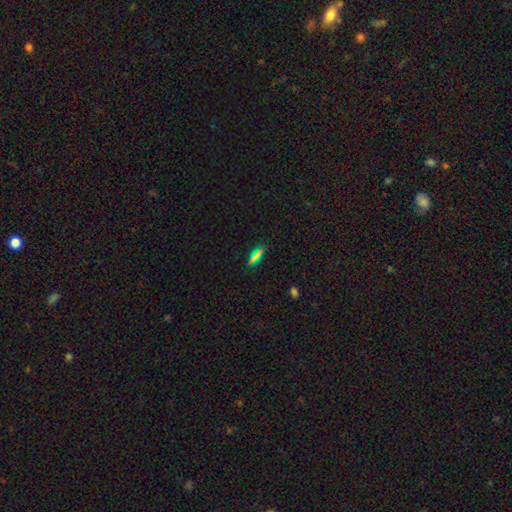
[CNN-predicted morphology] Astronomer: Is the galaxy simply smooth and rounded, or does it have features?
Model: smooth — 59%.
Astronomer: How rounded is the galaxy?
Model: cigar-shaped — 50% (runner-up: in between, 37%).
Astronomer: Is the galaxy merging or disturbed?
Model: none — 89%.